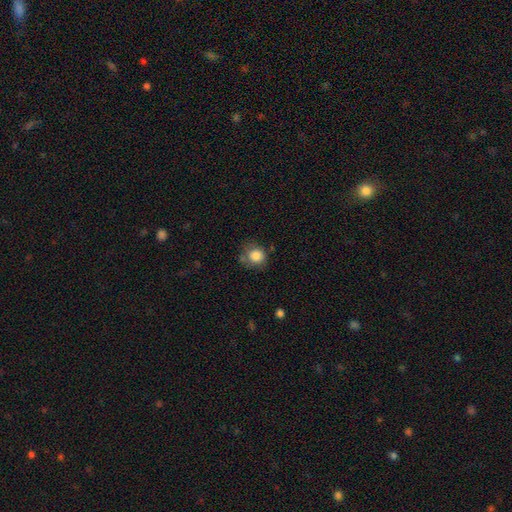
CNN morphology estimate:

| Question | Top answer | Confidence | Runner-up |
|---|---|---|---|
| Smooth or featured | smooth | 84% | star or artifact (9%) |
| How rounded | round | 82% | in between (17%) |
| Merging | none | 60% | minor disturbance (26%) |